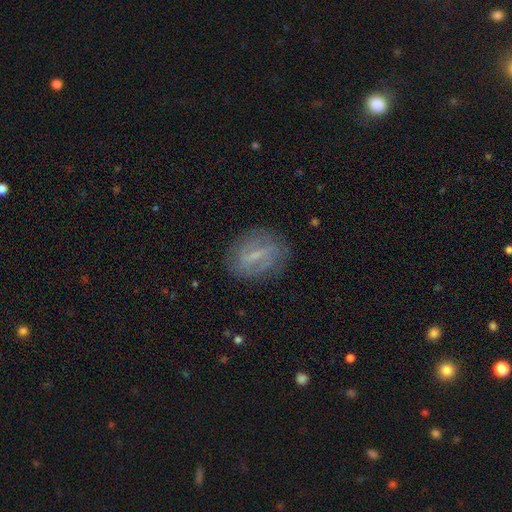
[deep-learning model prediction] Overall: featured or disk (63%; smooth 28%). Edge-on disk: no (92%). Bar: strong (46%; weak 42%). Spiral arms: yes (65%; no 35%). Bulge size: small (49%; none 30%). Merging: none (76%).